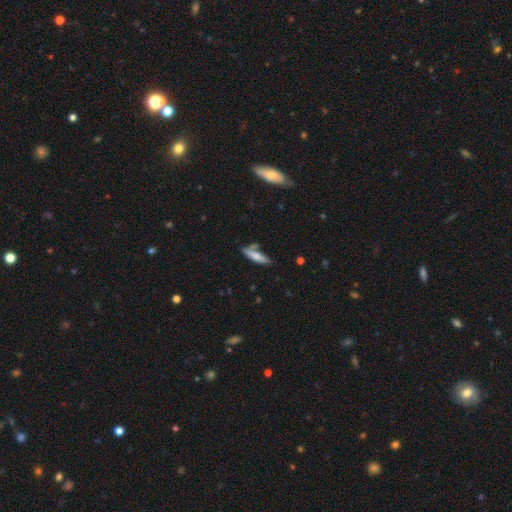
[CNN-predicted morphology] A smooth galaxy with no disk features (69%) that is cigar-shaped (66%).

Vote fractions:
- Smooth or featured? smooth: 69% / featured or disk: 24% / star or artifact: 7%
- How rounded? cigar-shaped: 66% / in between: 32% / round: 2%
- Merging? none: 59% / minor disturbance: 20% / merger: 15% / major disturbance: 6%